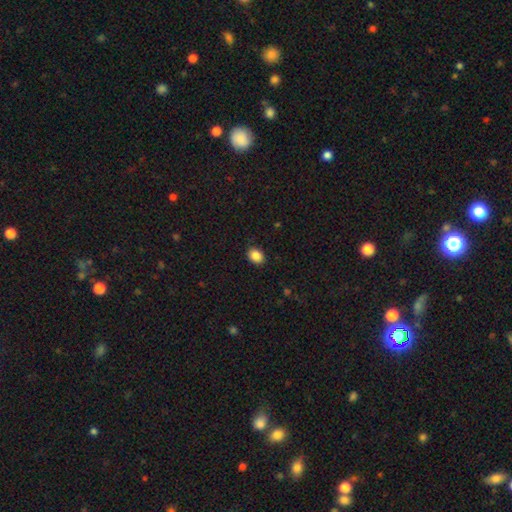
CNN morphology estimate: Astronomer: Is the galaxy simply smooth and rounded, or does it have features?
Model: smooth — 87%.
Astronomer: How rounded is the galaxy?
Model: in between — 52% (runner-up: round, 48%).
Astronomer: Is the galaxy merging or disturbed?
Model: none — 89%.